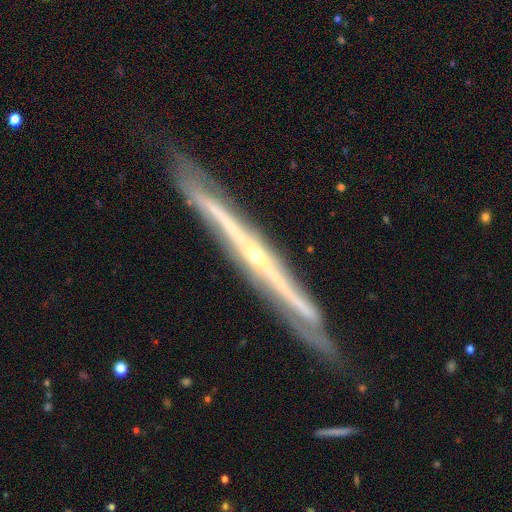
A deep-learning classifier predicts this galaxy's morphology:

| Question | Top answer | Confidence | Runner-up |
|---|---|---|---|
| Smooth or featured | featured or disk | 87% | smooth (8%) |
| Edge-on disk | yes | 89% | no (11%) |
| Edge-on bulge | rounded | 63% | none (35%) |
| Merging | none | 74% | minor disturbance (19%) |